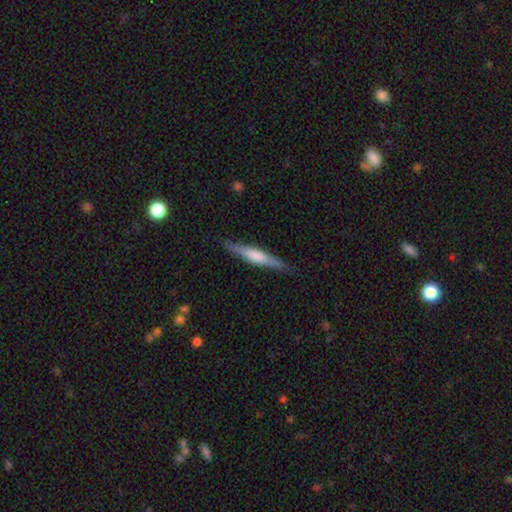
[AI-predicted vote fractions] Q: Smooth or featured?
A: featured or disk (57%); runner-up: smooth (37%)
Q: Edge-on disk?
A: yes (97%); runner-up: no (3%)
Q: Edge-on bulge?
A: rounded (54%); runner-up: boxy (27%)
Q: Merging?
A: none (89%); runner-up: minor disturbance (9%)